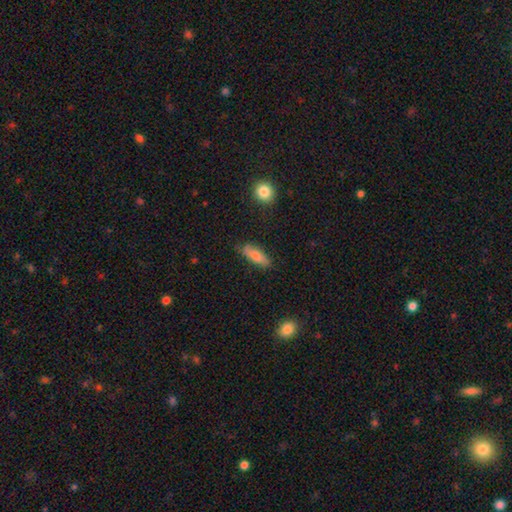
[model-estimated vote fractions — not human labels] smooth_or_featured: smooth (p=0.79) [alt: featured or disk p=0.14]
how_rounded: in between (p=0.57) [alt: cigar-shaped p=0.41]
merging: none (p=0.77) [alt: minor disturbance p=0.17]